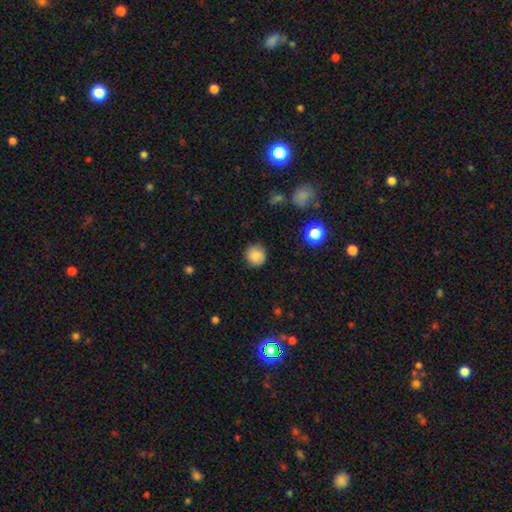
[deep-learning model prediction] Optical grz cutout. It shows a smooth galaxy with no disk features (84%) that is round (92%). Merging: none (87%).